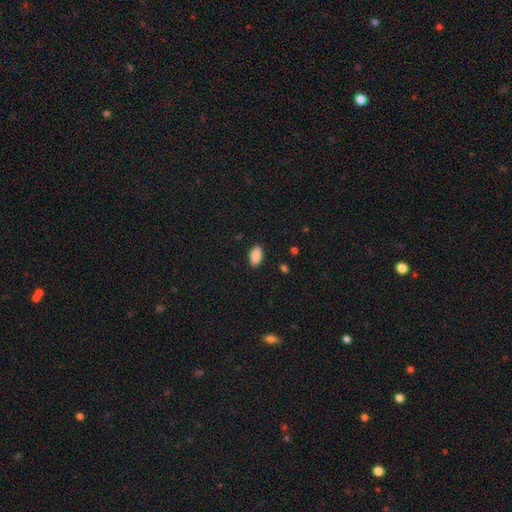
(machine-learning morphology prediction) smooth-or-featured: smooth: 90% | star or artifact: 7% | featured or disk: 3%
  how-rounded: in between: 94% | round: 3% | cigar-shaped: 2%
  merging: none: 89% | minor disturbance: 8% | major disturbance: 2% | merger: 1%